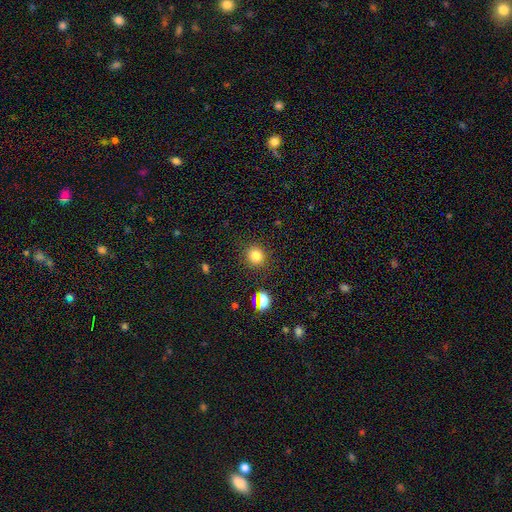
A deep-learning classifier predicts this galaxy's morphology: Smooth or featured? smooth (79%)
How rounded? round (89%)
Merging? none (89%)